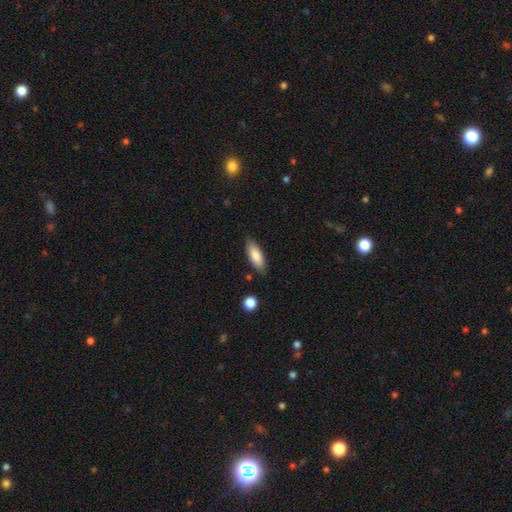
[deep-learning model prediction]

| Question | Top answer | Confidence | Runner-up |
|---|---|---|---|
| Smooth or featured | smooth | 82% | featured or disk (12%) |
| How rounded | in between | 64% | cigar-shaped (34%) |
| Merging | none | 84% | minor disturbance (12%) |